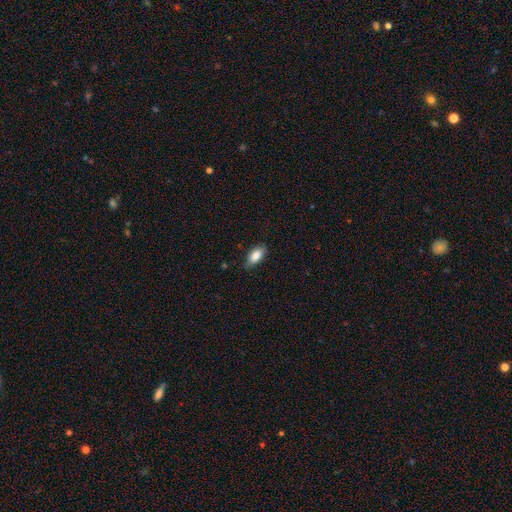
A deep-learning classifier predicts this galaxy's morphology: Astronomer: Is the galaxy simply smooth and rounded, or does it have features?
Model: smooth — 84%.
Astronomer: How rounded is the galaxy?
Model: in between — 88%.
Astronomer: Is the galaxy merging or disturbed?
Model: none — 81%.